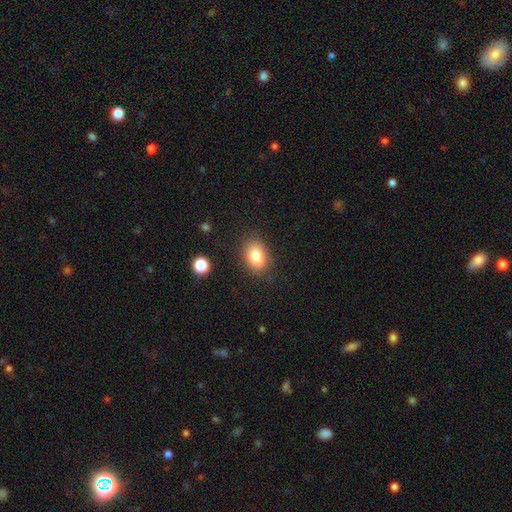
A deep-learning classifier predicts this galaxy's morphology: Smooth or featured? smooth (76%)
How rounded? in between (74%)
Merging? none (66%)